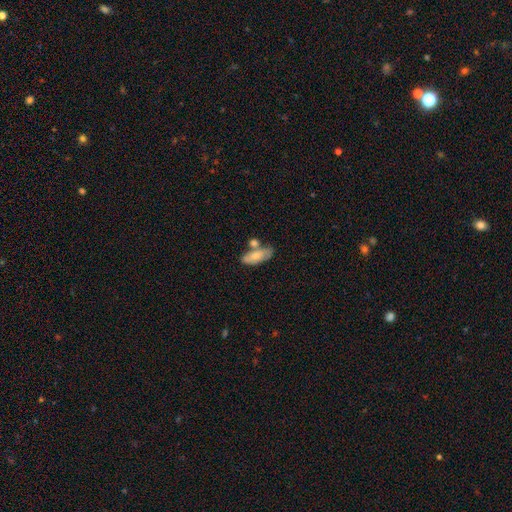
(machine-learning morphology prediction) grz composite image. It shows a smooth galaxy with no disk features (73%) that is in between round and cigar-shaped (82%). Merging: none (48%).